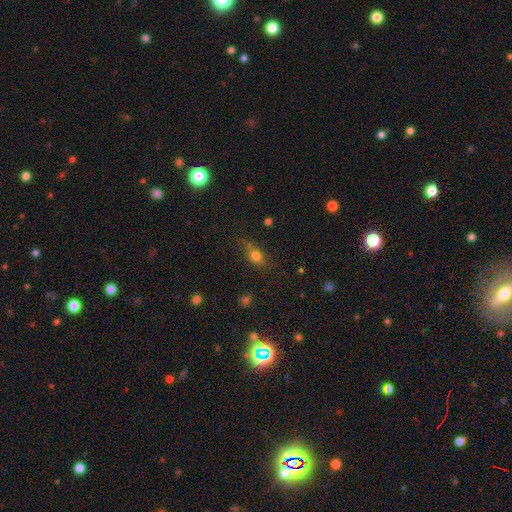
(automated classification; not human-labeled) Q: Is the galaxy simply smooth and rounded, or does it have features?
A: smooth — 76%.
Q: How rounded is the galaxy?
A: in between — 56%.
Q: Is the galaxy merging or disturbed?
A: none — 62%.